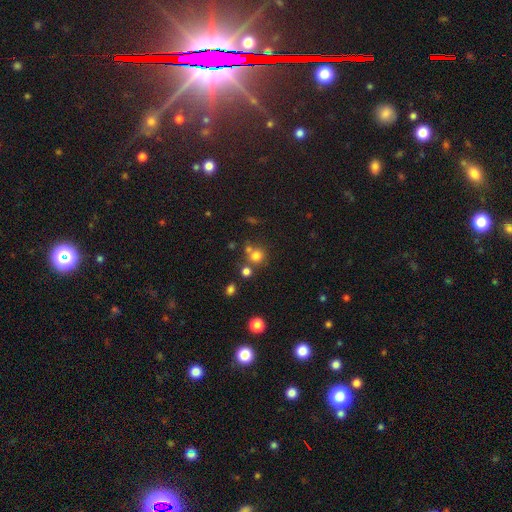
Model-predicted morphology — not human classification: The model was most divided on "merging": none: 62%, merger: 25%, minor disturbance: 9%, major disturbance: 4%. More confident: how rounded — round (88%); smooth or featured — smooth (74%).